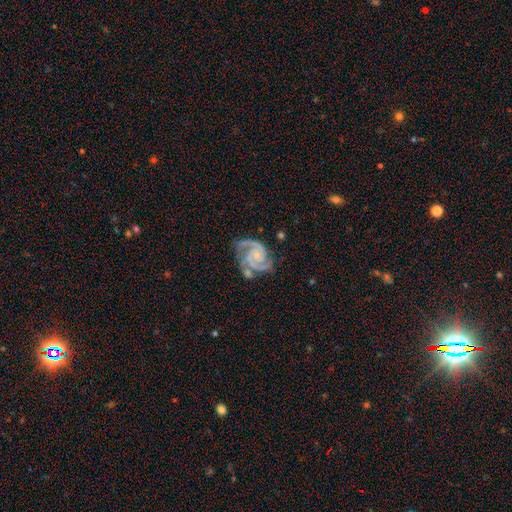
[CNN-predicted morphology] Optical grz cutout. It shows a featured or disk galaxy (92%) with no bar (69%), 2 (51%) tight (51%) spiral arms (98%) and a small central bulge (73%). Merging: none (61%).